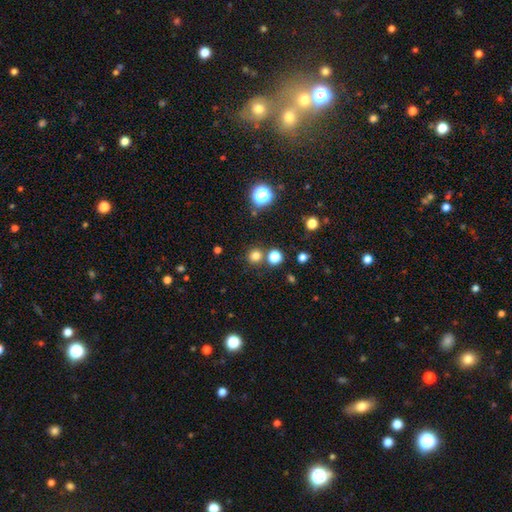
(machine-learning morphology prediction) The model was most divided on "smooth or featured": smooth: 76%, star or artifact: 19%, featured or disk: 5%. More confident: how rounded — round (93%); merging — none (81%).